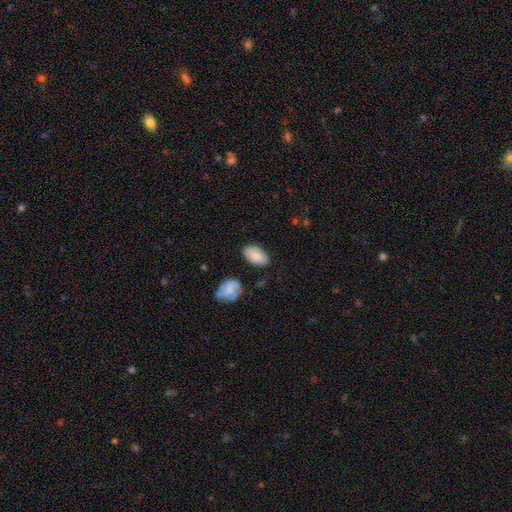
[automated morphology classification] Smooth or featured? Predicted: smooth (p=0.80). How rounded? Predicted: in between (p=0.93). Merging? Predicted: none (p=0.76).